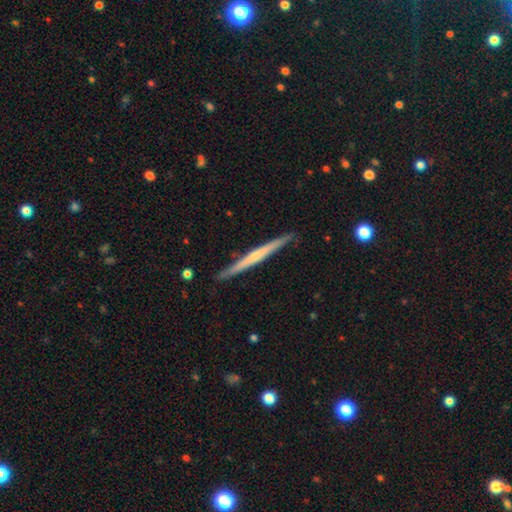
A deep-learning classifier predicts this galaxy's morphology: smooth-or-featured: featured or disk: 67% | smooth: 27% | star or artifact: 6%
  disk-edge-on: yes: 98% | no: 2%
    edge-on-bulge: none: 52% | rounded: 41% | boxy: 8%
  merging: none: 91% | minor disturbance: 7% | major disturbance: 1% | merger: 1%